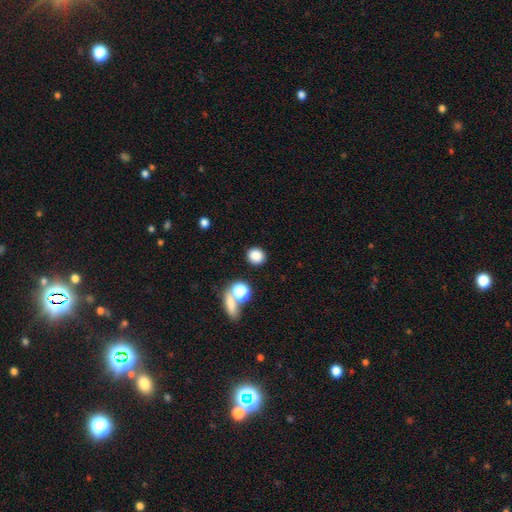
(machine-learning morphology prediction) The model was most divided on "how rounded": round: 79%, in between: 20%, cigar-shaped: 1%. More confident: merging — none (86%); smooth or featured — smooth (83%).